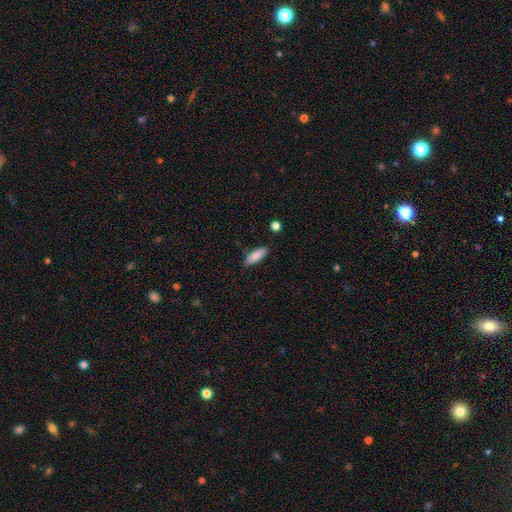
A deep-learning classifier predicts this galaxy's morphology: Overall: smooth (86%). How rounded: in between (58%; cigar-shaped 41%). Merging: none (83%).